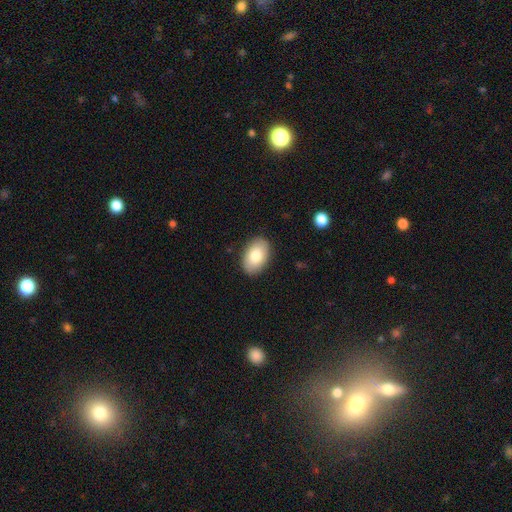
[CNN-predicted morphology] The model was most divided on "smooth or featured": smooth: 81%, featured or disk: 12%, star or artifact: 6%. More confident: how rounded — in between (91%); merging — none (89%).